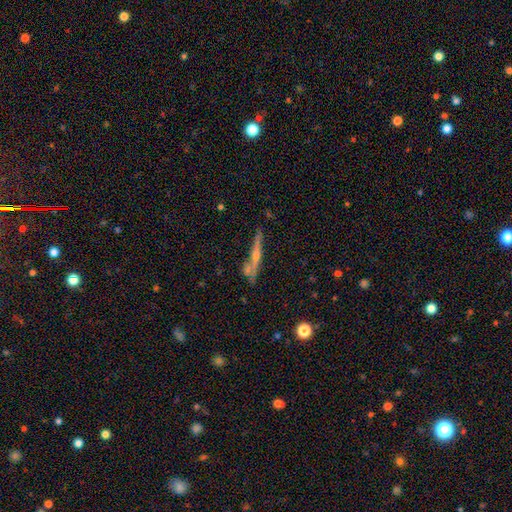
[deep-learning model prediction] Smooth or featured? featured or disk (60%)
Edge-on disk? yes (90%)
Edge-on bulge? rounded (56%)
Merging? none (63%)